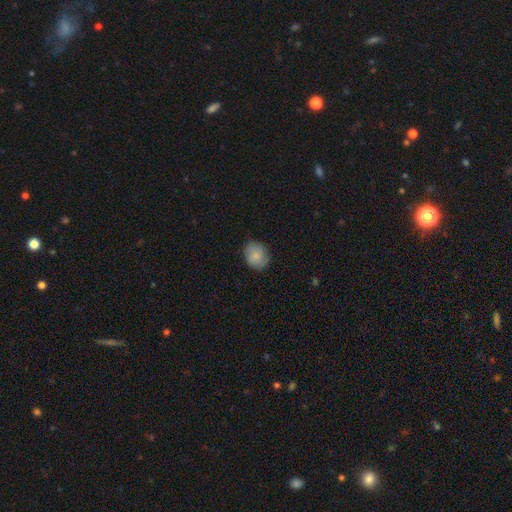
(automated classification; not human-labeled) A smooth galaxy with no disk features (82%) that is round (63%). Merging: none (81%).